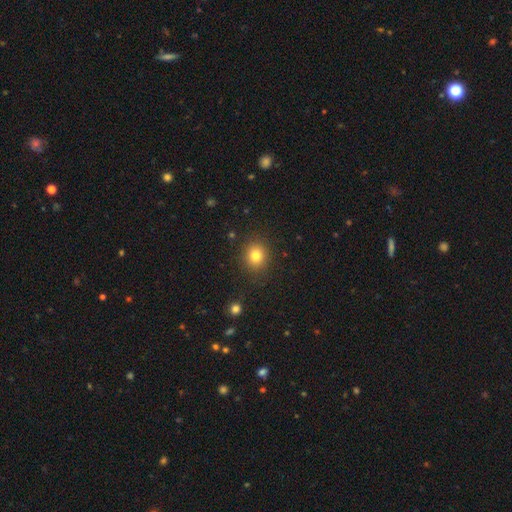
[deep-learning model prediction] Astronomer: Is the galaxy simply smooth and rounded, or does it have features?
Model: smooth — 80%.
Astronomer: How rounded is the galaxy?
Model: round — 80%.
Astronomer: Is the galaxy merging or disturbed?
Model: none — 87%.